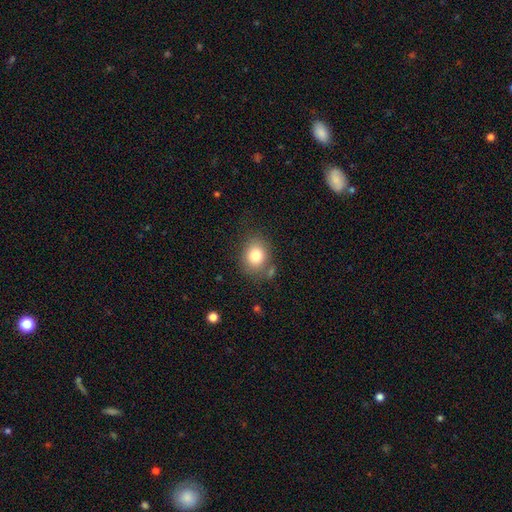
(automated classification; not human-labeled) Smooth or featured?
  - smooth: 81% *
  - star or artifact: 10%
  - featured or disk: 9%
How rounded?
  - round: 58% *
  - in between: 41%
  - cigar-shaped: 1%
Merging?
  - none: 74% *
  - minor disturbance: 16%
  - merger: 6%
  - major disturbance: 5%